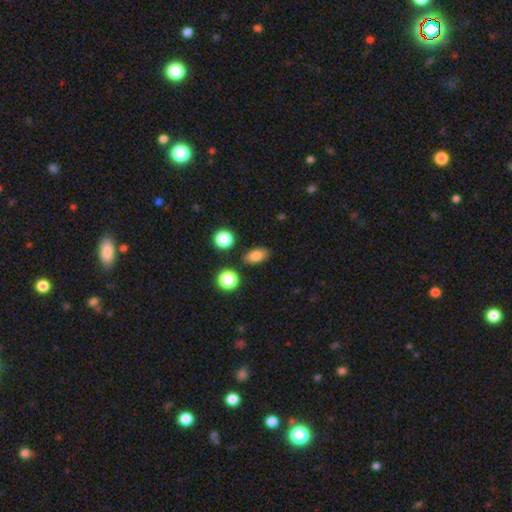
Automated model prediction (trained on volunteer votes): A smooth galaxy with no disk features (82%) that is in between round and cigar-shaped (84%). Merging: none (85%).